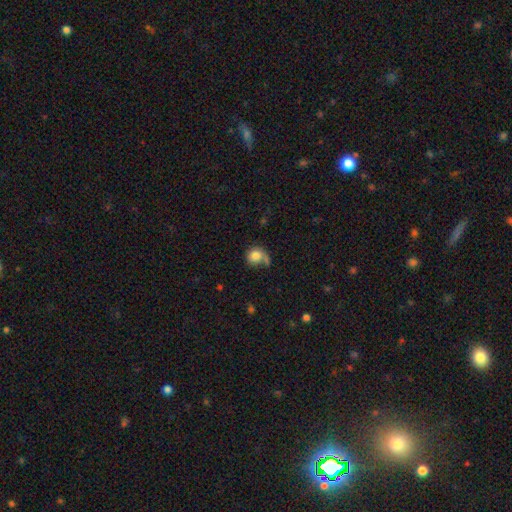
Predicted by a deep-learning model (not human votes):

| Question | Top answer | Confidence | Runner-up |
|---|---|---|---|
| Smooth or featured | smooth | 80% | featured or disk (11%) |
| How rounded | round | 81% | in between (18%) |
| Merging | none | 49% | minor disturbance (20%) |